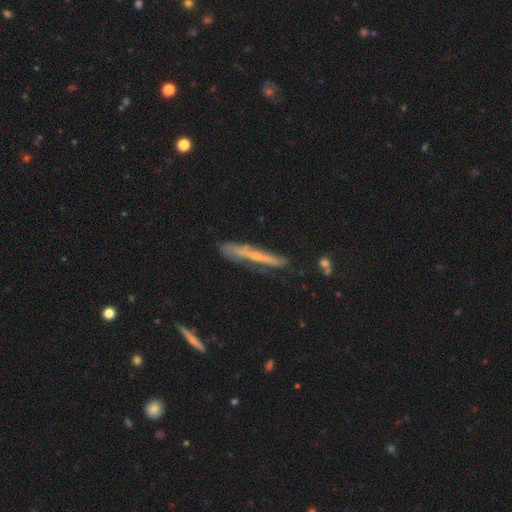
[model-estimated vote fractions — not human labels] Morphology: type=featured or disk (59%); edge-on=yes (88%); edge-on bulge=none (51%); merging=none (74%).